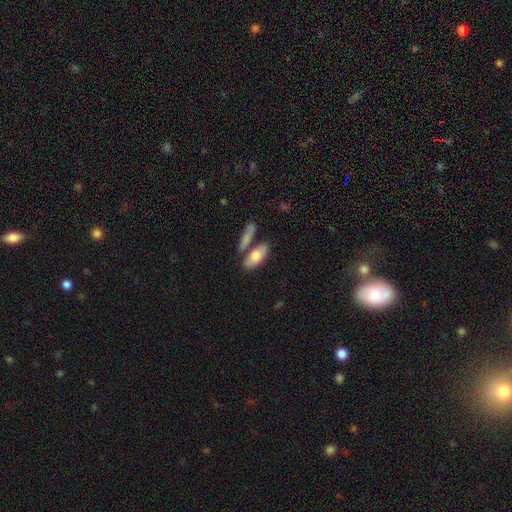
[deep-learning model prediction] Morphology: type=smooth (75%); roundness=in between (78%); merging=none (62%).